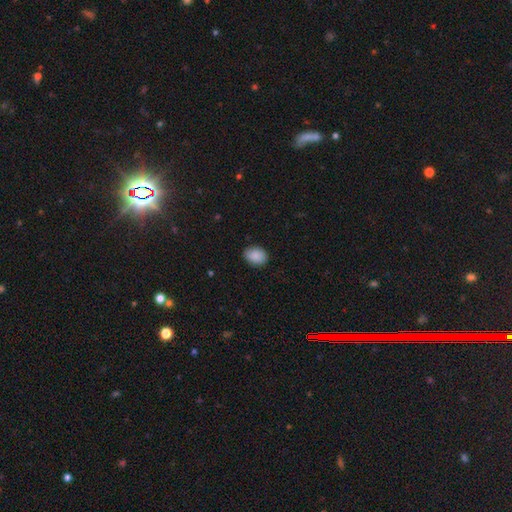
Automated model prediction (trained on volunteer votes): Smooth or featured? Predicted: smooth (p=0.88). How rounded? Predicted: in between (p=0.70). Merging? Predicted: none (p=0.85).